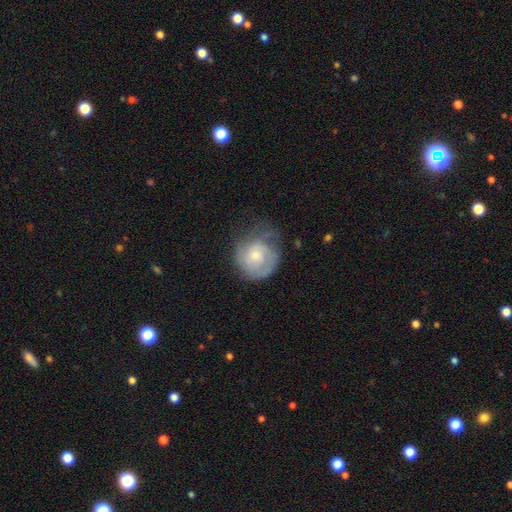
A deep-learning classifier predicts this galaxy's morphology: featured or disk 57%, smooth 37%, star or artifact 7%. Down the decision tree: edge-on disk — no (98%); bar — no (76%); spiral arms — yes (77%); bulge size — small (51%); merging — none (48%).